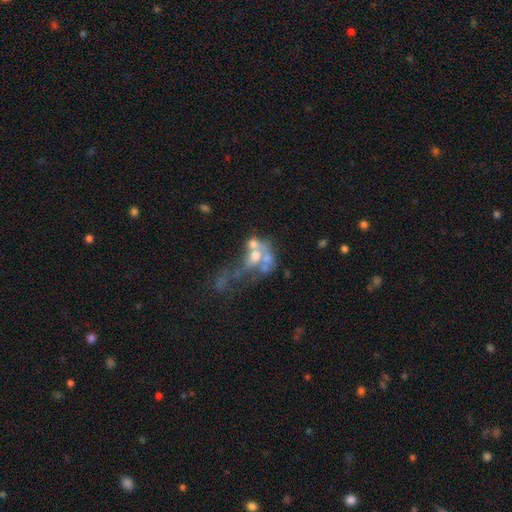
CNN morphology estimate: Smooth or featured: featured or disk — 54% (smooth — 31%)
Edge-on disk: no — 97% (yes — 3%)
Bar: no — 91% (weak — 7%)
Spiral arms: no — 93% (yes — 7%)
Bulge size: moderate — 39% (none — 29%)
Merging: merger — 52% (major disturbance — 28%)